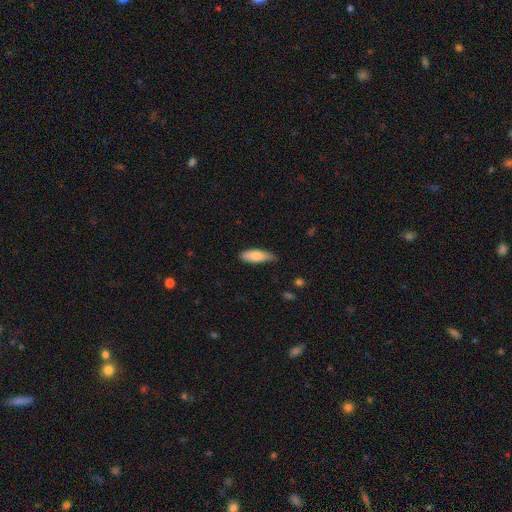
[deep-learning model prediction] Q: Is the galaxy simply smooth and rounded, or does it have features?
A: smooth — 78%.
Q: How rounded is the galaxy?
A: in between — 64%.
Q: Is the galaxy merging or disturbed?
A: none — 65%.